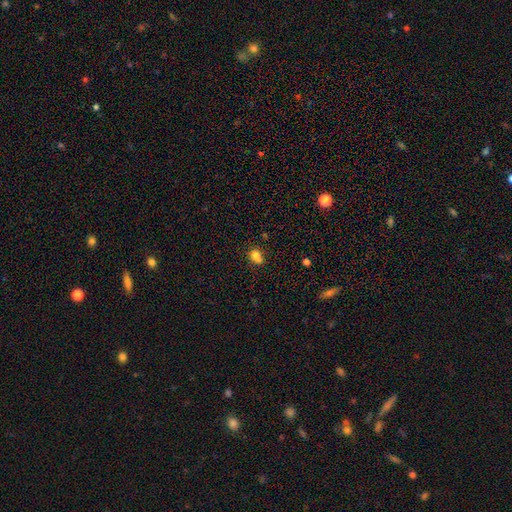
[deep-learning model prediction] Q: Smooth or featured?
A: smooth (79%); runner-up: star or artifact (13%)
Q: How rounded?
A: round (54%); runner-up: in between (45%)
Q: Merging?
A: none (53%); runner-up: minor disturbance (25%)